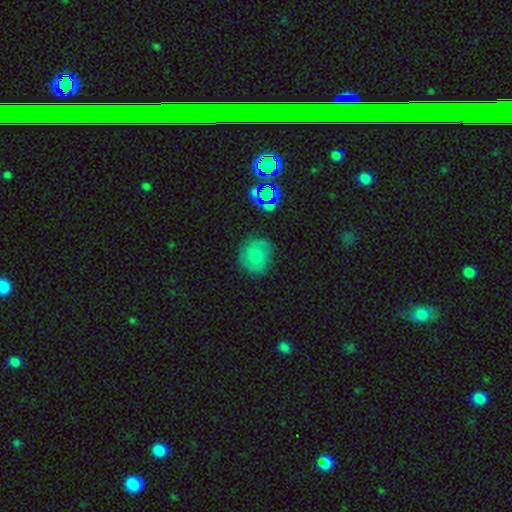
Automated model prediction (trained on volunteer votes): This is likely a smooth galaxy (66%). How rounded: clearly round (86%). Merging: likely none (79%).